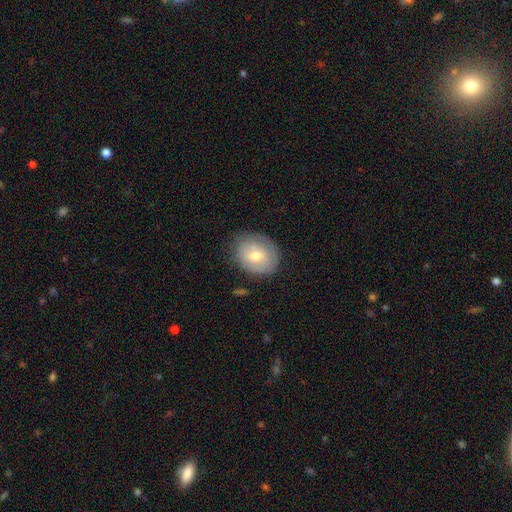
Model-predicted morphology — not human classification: smooth 59%, featured or disk 33%, star or artifact 8%. Down the decision tree: how rounded — round (63%); merging — none (74%).